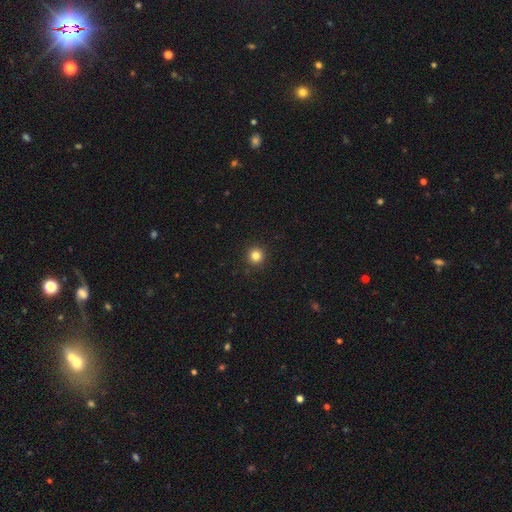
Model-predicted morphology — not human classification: The model was most divided on "smooth or featured": smooth: 83%, star or artifact: 13%, featured or disk: 5%. More confident: how rounded — round (95%); merging — none (93%).